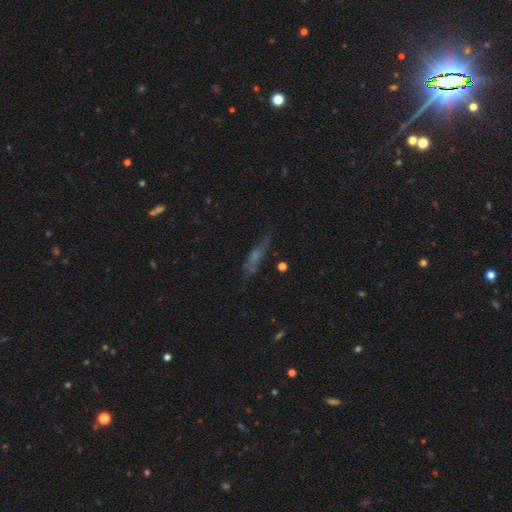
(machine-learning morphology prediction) Overall: featured or disk (39%, tied with smooth). Merging: none (58%; minor disturbance 23%).